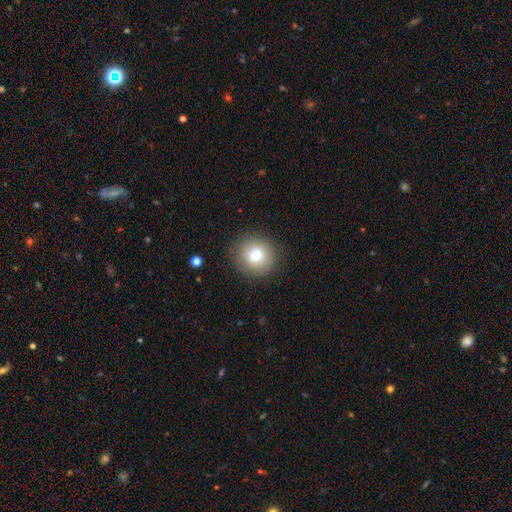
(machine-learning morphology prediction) Q: Smooth or featured?
A: smooth (78%); runner-up: featured or disk (12%)
Q: How rounded?
A: round (92%); runner-up: in between (7%)
Q: Merging?
A: none (88%); runner-up: minor disturbance (8%)